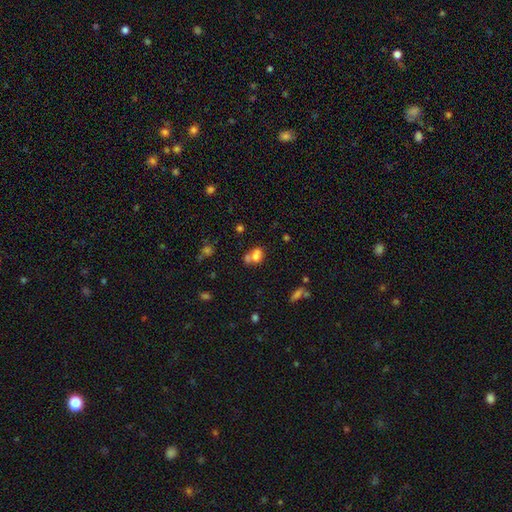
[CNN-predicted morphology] type=smooth (71%); roundness=in between (60%); merging=merger (54%).